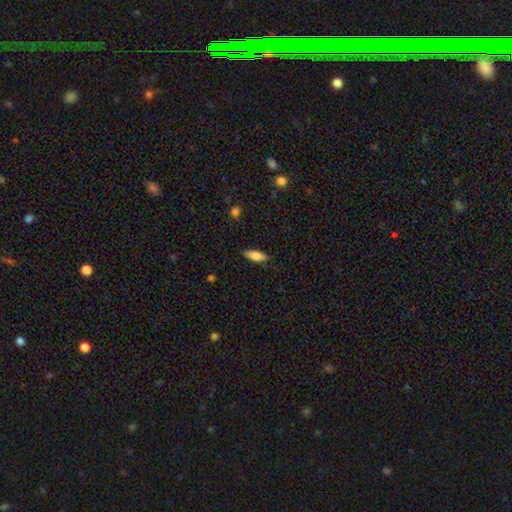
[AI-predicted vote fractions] Morphology: type=smooth (77%); roundness=in between (67%); merging=none (86%).